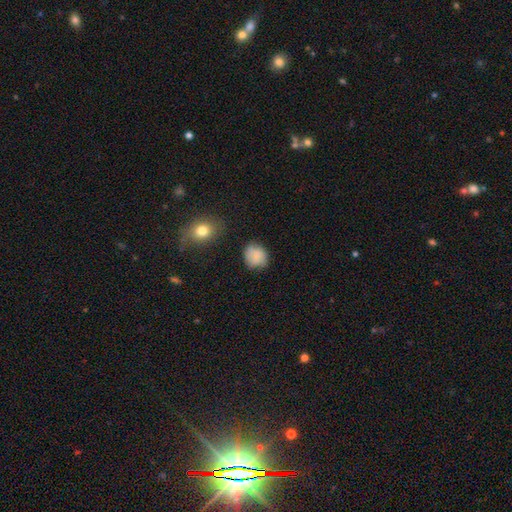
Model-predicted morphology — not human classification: smooth-or-featured: smooth: 79% | featured or disk: 12% | star or artifact: 9%
  how-rounded: round: 67% | in between: 31% | cigar-shaped: 1%
  merging: none: 71% | minor disturbance: 21% | major disturbance: 5% | merger: 3%